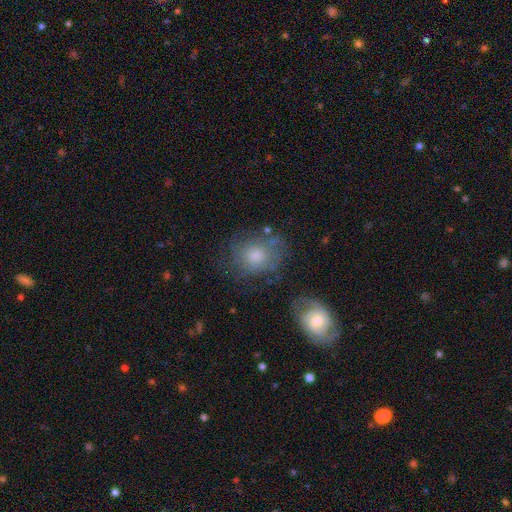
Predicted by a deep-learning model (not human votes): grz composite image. It shows a smooth galaxy with no disk features (49%). Merging: none (63%).